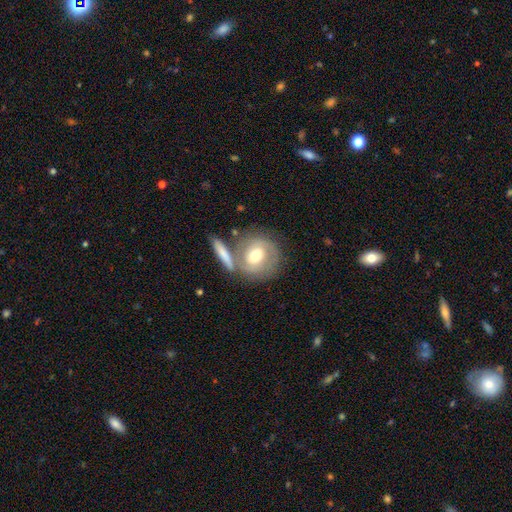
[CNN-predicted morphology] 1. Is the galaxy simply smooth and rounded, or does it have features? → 47% smooth, 46% featured or disk, 7% star or artifact.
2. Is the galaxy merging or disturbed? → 56% none, 22% merger, 15% minor disturbance, 6% major disturbance.